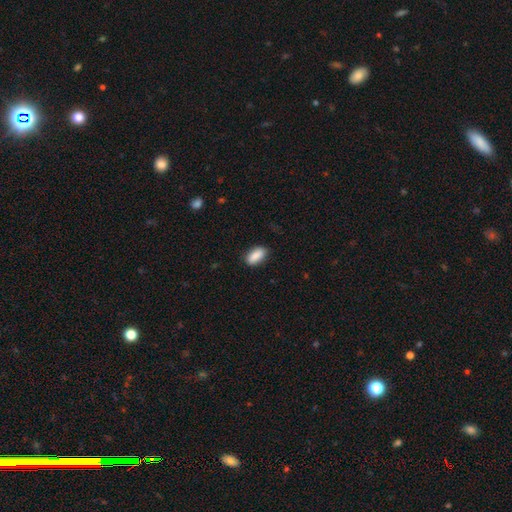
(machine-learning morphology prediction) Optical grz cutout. It shows a smooth galaxy with no disk features (87%) that is in between round and cigar-shaped (86%). Merging: none (84%).